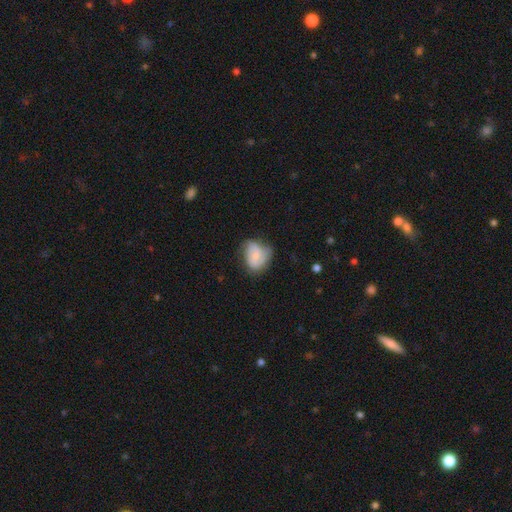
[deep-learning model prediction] smooth-or-featured: smooth: 50% | featured or disk: 42% | star or artifact: 7%
  how-rounded: in between: 56% | round: 42% | cigar-shaped: 1%
  merging: none: 50% | minor disturbance: 34% | major disturbance: 14% | merger: 2%